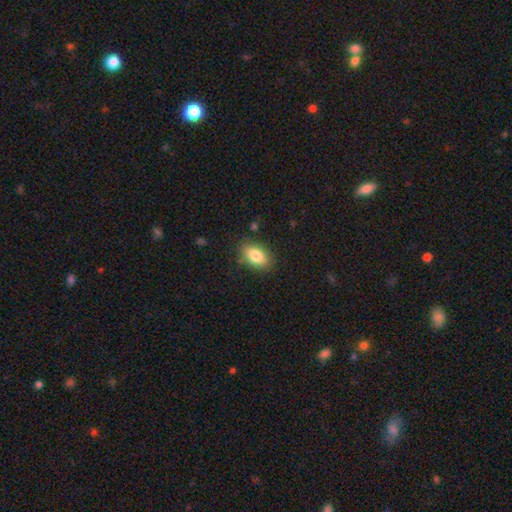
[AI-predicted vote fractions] This appears to be a smooth galaxy with no disk features (83%) that is in between round and cigar-shaped (88%). Merging: none (83%).